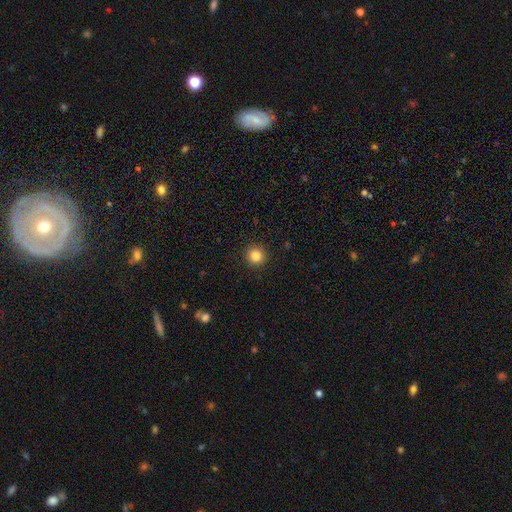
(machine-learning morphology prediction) Smooth or featured? Predicted: smooth (p=0.85). How rounded? Predicted: round (p=0.94). Merging? Predicted: none (p=0.93).